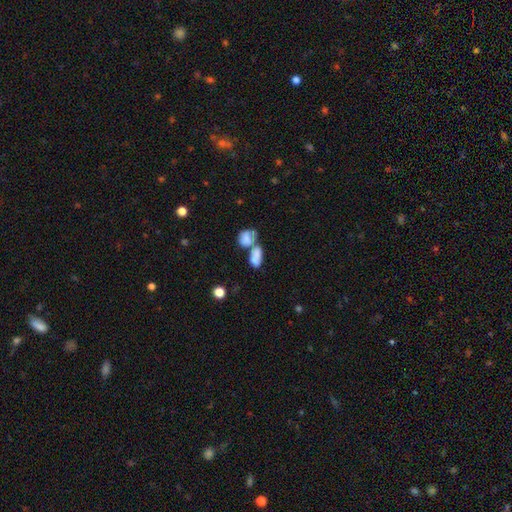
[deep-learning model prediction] Q: Smooth or featured?
A: smooth (71%); runner-up: featured or disk (20%)
Q: How rounded?
A: in between (84%); runner-up: round (12%)
Q: Merging?
A: merger (65%); runner-up: none (19%)